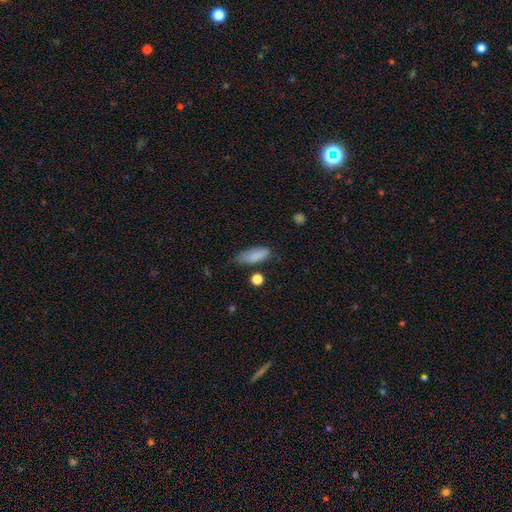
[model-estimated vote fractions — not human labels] Smooth or featured: smooth — 84% (featured or disk — 8%)
How rounded: in between — 68% (cigar-shaped — 29%)
Merging: none — 58% (minor disturbance — 31%)